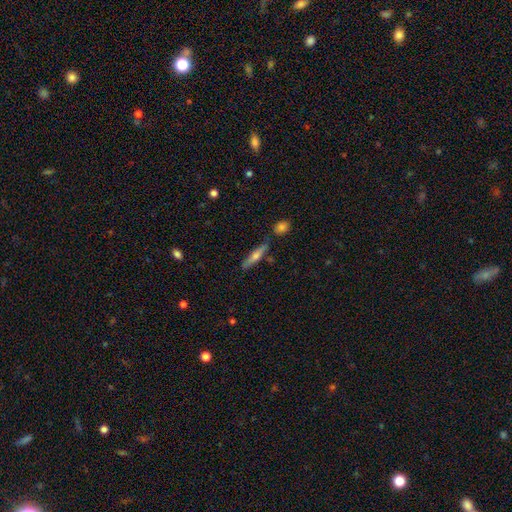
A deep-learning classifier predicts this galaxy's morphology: This is possibly a smooth galaxy (56%). How rounded: clearly cigar-shaped (83%). Merging: likely none (78%).